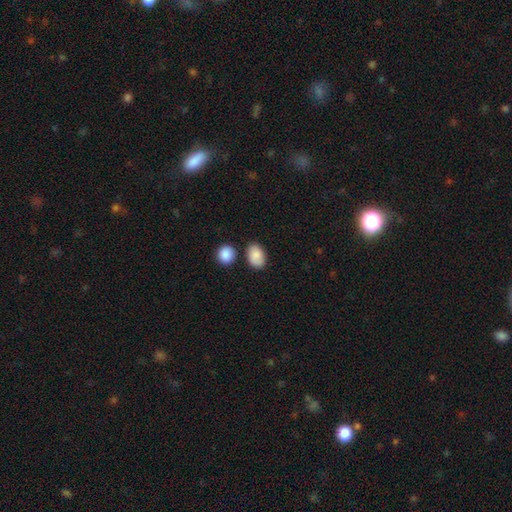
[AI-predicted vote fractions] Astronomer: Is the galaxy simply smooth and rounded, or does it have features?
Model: smooth — 87%.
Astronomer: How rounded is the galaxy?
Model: in between — 87%.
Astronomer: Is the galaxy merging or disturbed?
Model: none — 74%.